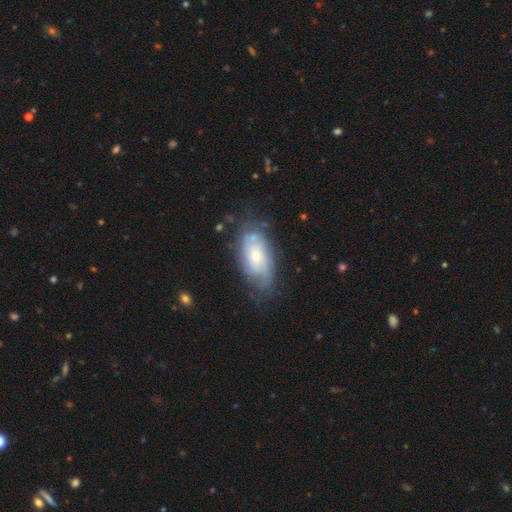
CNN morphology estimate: The model was most divided on "bulge size": small: 53%, moderate: 41%, large: 3%, none: 2%, dominant: 1%. More confident: edge-on disk — no (92%); bar — no (78%); spiral arms — yes (75%); merging — none (64%); smooth or featured — featured or disk (59%).